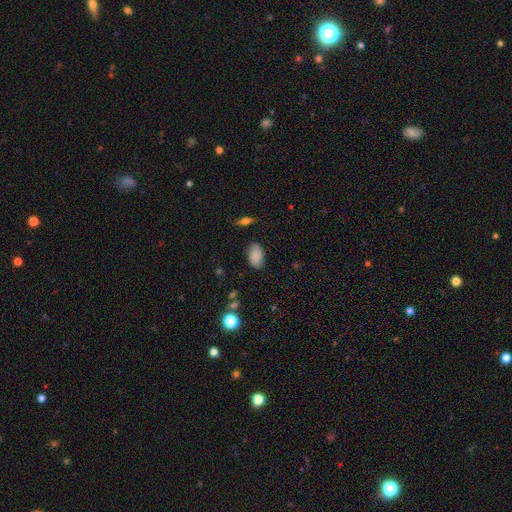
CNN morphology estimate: Q: Smooth or featured?
A: smooth (80%); runner-up: featured or disk (11%)
Q: How rounded?
A: in between (91%); runner-up: round (8%)
Q: Merging?
A: none (79%); runner-up: minor disturbance (16%)